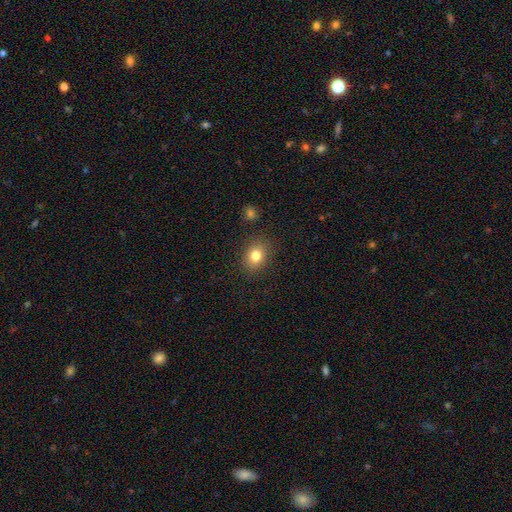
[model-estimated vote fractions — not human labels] smooth 81%, star or artifact 11%, featured or disk 8%. Down the decision tree: how rounded — in between (53%); merging — none (85%).